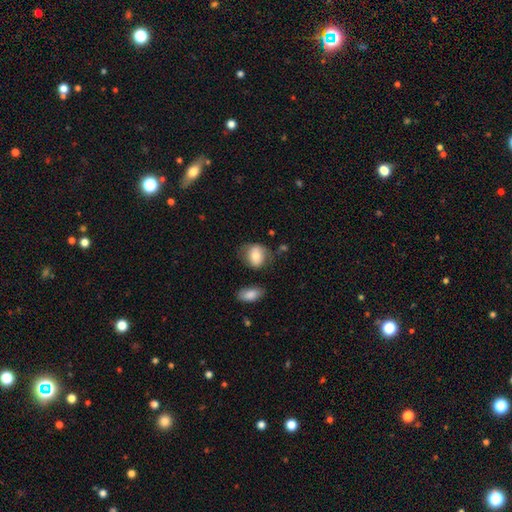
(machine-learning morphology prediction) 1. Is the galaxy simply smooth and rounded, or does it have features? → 74% smooth, 18% featured or disk, 8% star or artifact.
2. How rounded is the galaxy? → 51% in between, 47% round, 1% cigar-shaped.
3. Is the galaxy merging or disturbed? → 62% none, 24% minor disturbance, 9% major disturbance, 6% merger.